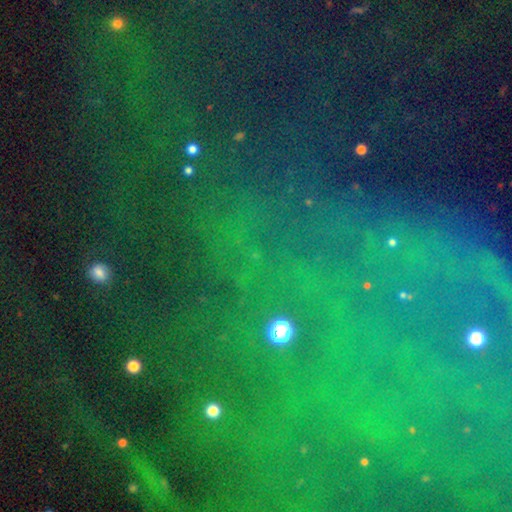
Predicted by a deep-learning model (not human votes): Smooth or featured: star or artifact — 74% (smooth — 15%)